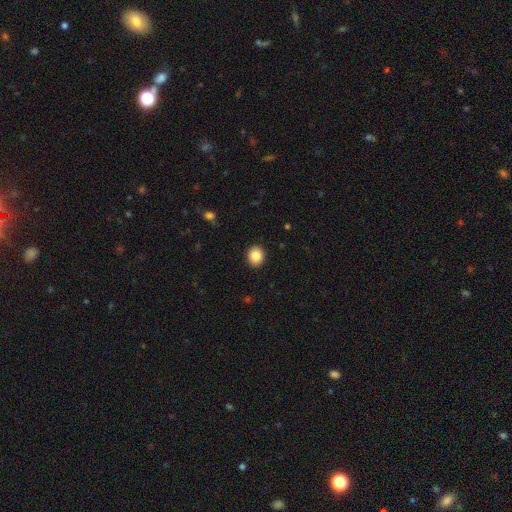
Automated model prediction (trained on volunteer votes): This appears to be a smooth galaxy with no disk features (88%) that is round (73%). Merging: none (90%).